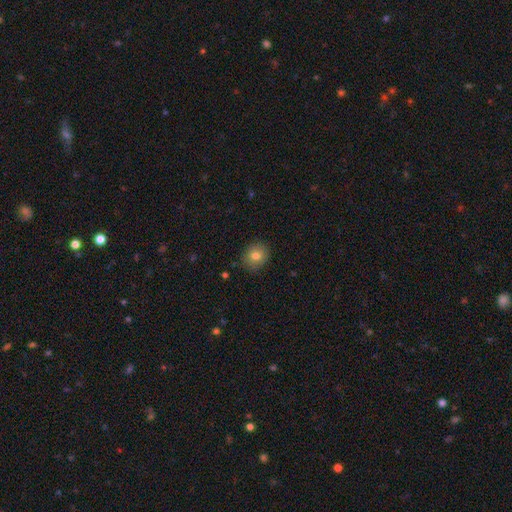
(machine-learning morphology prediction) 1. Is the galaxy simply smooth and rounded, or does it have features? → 78% smooth, 12% featured or disk, 10% star or artifact.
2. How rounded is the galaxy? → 68% round, 32% in between, 1% cigar-shaped.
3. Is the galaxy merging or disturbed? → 87% none, 10% minor disturbance, 2% major disturbance, 1% merger.